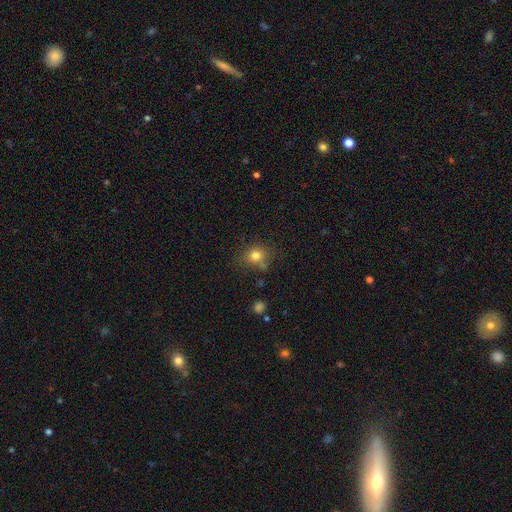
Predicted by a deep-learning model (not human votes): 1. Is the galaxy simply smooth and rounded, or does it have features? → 79% smooth, 13% star or artifact, 8% featured or disk.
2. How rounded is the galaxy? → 77% round, 22% in between, 1% cigar-shaped.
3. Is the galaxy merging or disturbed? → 73% none, 16% minor disturbance, 6% merger, 5% major disturbance.